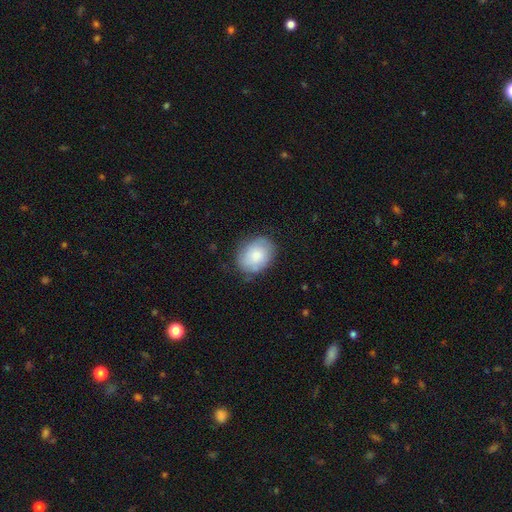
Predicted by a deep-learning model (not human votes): A smooth galaxy with no disk features (75%) that is in between round and cigar-shaped (55%). Merging: none (74%).